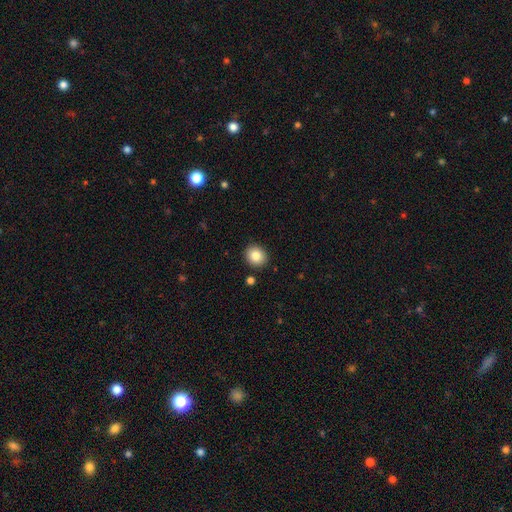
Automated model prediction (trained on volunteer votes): Morphology: type=smooth (84%); roundness=round (78%); merging=none (90%).